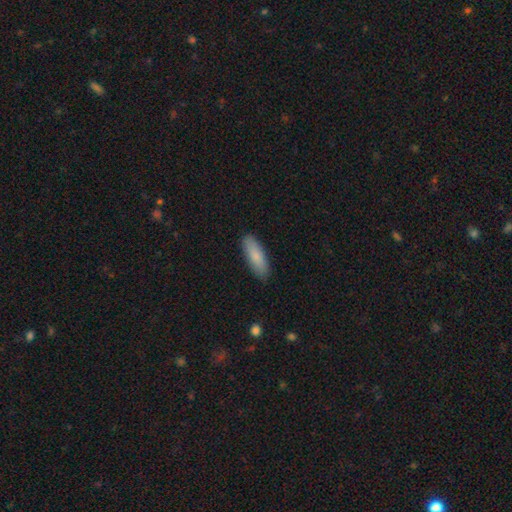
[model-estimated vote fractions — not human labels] Morphology: type=smooth (85%); roundness=in between (56%); merging=none (87%).